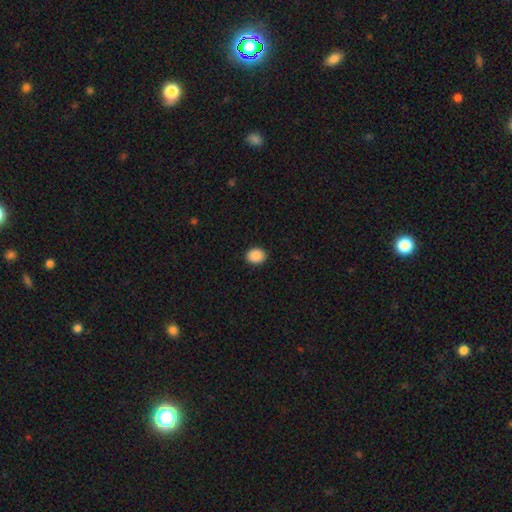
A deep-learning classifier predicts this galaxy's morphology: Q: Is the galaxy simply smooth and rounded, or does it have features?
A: smooth — 90%.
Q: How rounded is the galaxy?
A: round — 60%.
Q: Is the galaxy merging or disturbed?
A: none — 91%.